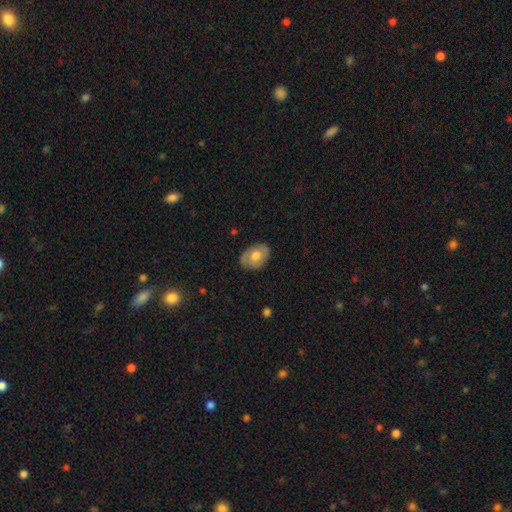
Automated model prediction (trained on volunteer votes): Smooth or featured? Predicted: smooth (p=0.59). How rounded? Predicted: in between (p=0.80). Merging? Predicted: none (p=0.81).